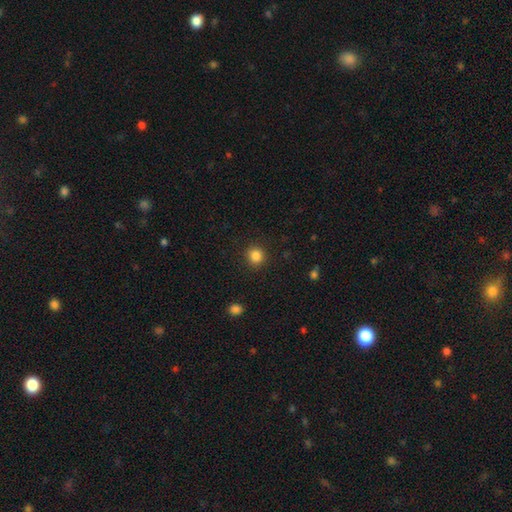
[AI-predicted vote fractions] Smooth or featured? smooth (85%)
How rounded? round (91%)
Merging? none (91%)